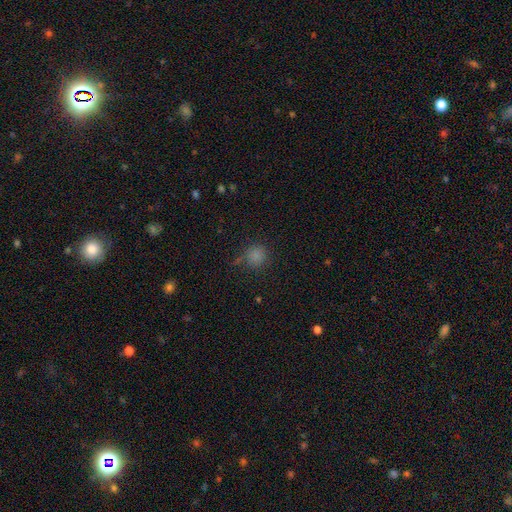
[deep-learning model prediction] This appears to be a smooth galaxy with no disk features (77%) that is round (88%). Merging: none (71%).